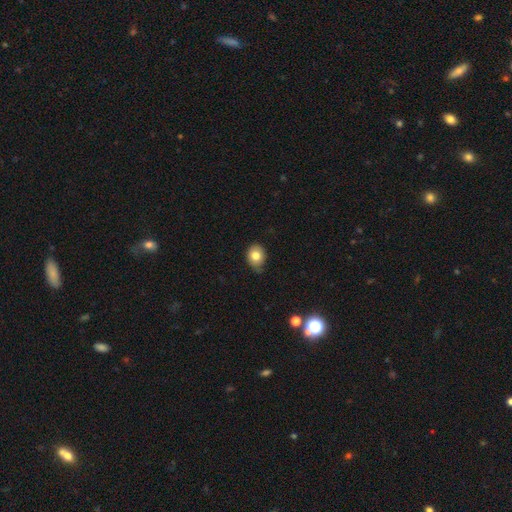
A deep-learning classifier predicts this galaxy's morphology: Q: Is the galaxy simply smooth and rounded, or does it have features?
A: smooth — 79%.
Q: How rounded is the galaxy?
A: round — 56%.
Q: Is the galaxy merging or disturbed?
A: none — 63%.